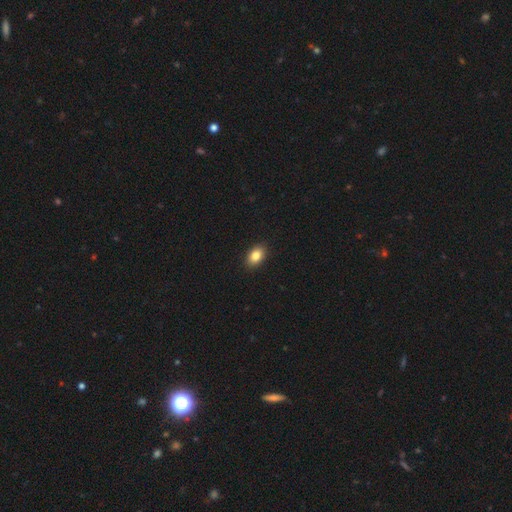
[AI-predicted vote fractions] Smooth or featured? smooth (85%)
How rounded? in between (85%)
Merging? none (90%)